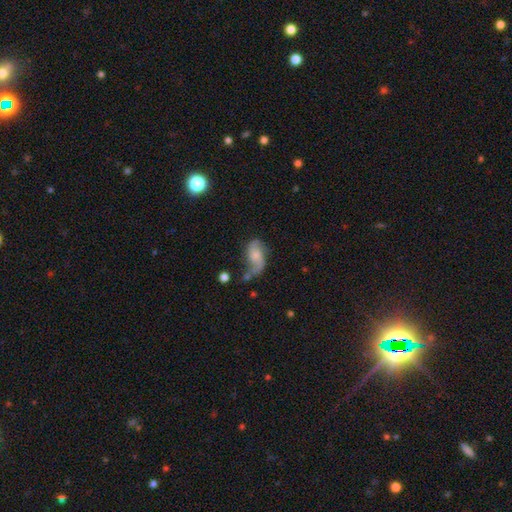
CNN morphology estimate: Smooth or featured? Predicted: featured or disk (p=0.68). Edge-on disk? Predicted: no (p=0.97). Bar? Predicted: no (p=0.64). Spiral arms? Predicted: yes (p=0.90). Spiral winding? Predicted: loose (p=0.65). Spiral arm count? Predicted: 2 (p=0.84). Bulge size? Predicted: small (p=0.41). Merging? Predicted: none (p=0.44).